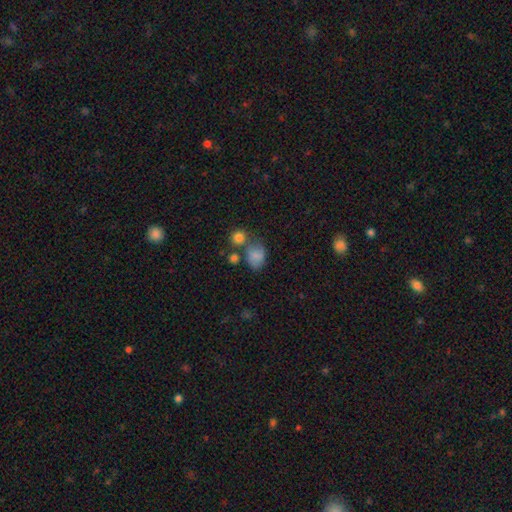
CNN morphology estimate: Smooth or featured? smooth (79%)
How rounded? in between (56%)
Merging? none (47%)